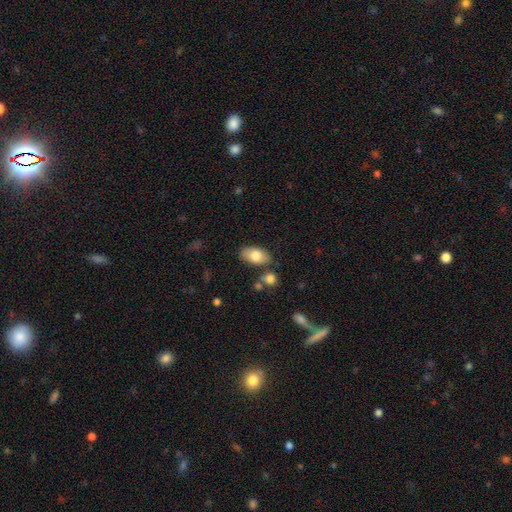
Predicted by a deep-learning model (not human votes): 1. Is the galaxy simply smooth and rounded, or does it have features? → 78% smooth, 16% featured or disk, 6% star or artifact.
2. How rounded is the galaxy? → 94% in between, 4% round, 2% cigar-shaped.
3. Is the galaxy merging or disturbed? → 77% none, 13% minor disturbance, 7% merger, 3% major disturbance.